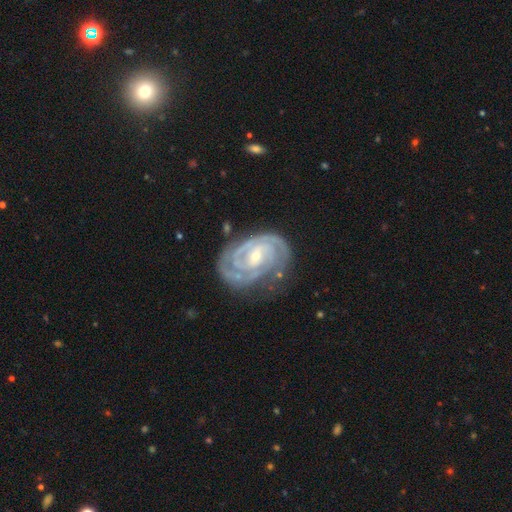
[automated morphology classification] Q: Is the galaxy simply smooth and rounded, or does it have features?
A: featured or disk — 91%.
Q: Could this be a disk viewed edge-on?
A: no — 97%.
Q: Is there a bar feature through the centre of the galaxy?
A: no — 42%.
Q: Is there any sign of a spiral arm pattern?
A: yes — 98%.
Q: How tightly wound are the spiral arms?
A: tight — 77%.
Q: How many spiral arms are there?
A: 2 — 49%.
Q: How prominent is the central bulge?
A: small — 66%.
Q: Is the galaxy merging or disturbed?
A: none — 70%.